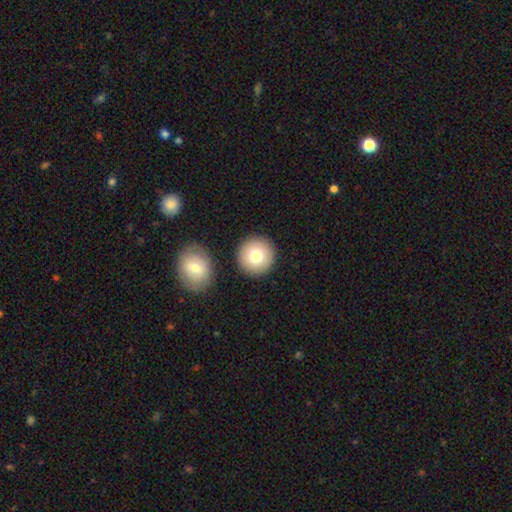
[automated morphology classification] Smooth or featured: smooth — 77% (featured or disk — 14%)
How rounded: round — 94% (in between — 5%)
Merging: none — 86% (minor disturbance — 6%)